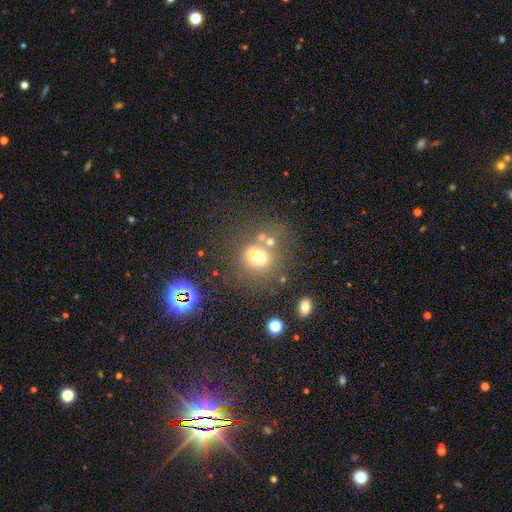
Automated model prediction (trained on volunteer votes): The model was most divided on "merging": none: 42%, merger: 36%, minor disturbance: 12%, major disturbance: 10%. Remaining: smooth or featured — smooth (47%).